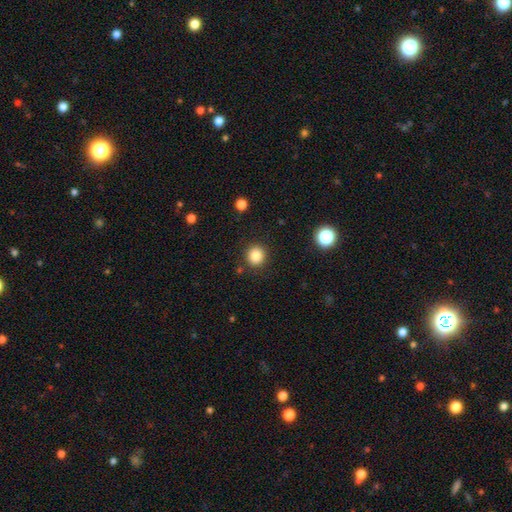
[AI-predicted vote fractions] Smooth or featured: smooth — 85% (star or artifact — 11%)
How rounded: round — 90% (in between — 9%)
Merging: none — 89% (minor disturbance — 7%)